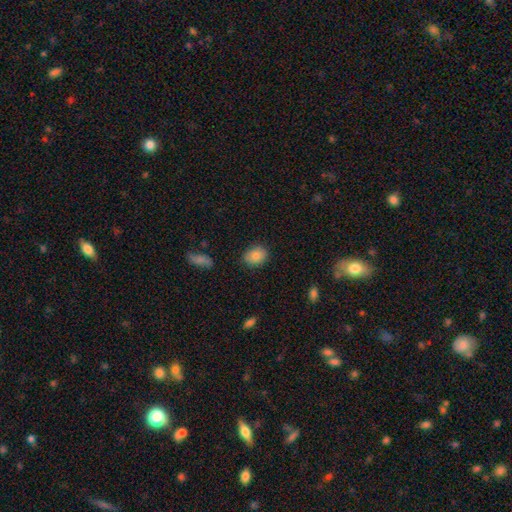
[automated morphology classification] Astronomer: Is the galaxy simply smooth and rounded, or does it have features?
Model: smooth — 83%.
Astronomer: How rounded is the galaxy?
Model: in between — 57% (runner-up: round, 42%).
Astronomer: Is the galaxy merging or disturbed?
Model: none — 85%.